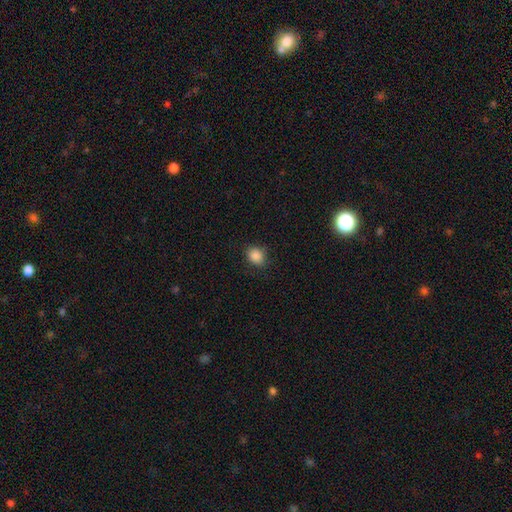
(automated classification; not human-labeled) A smooth galaxy with no disk features (87%) that is round (54%).

Vote fractions:
- Smooth or featured? smooth: 87% / star or artifact: 9% / featured or disk: 4%
- How rounded? round: 54% / in between: 45% / cigar-shaped: 1%
- Merging? none: 84% / minor disturbance: 11% / major disturbance: 3% / merger: 1%